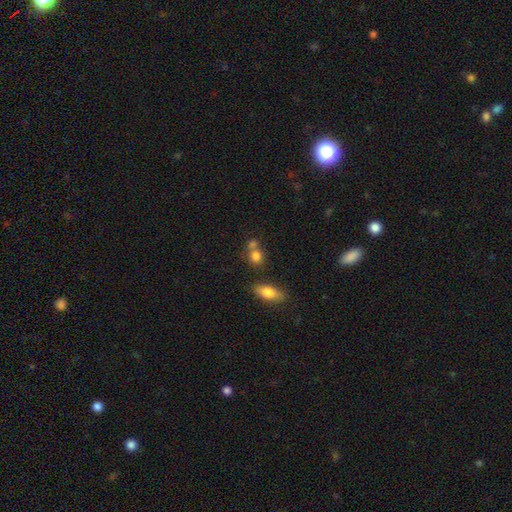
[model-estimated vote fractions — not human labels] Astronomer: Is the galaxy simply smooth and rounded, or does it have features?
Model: smooth — 79%.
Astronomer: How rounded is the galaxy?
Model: round — 63%.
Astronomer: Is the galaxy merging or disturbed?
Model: none — 47% (runner-up: merger, 38%).